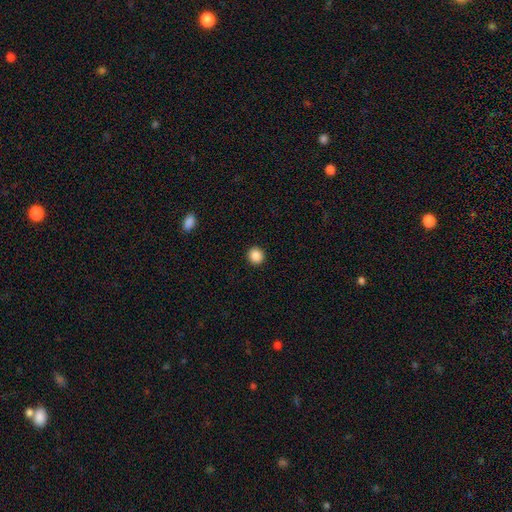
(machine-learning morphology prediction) Smooth or featured: smooth — 87% (star or artifact — 9%)
How rounded: round — 90% (in between — 9%)
Merging: none — 93% (minor disturbance — 4%)